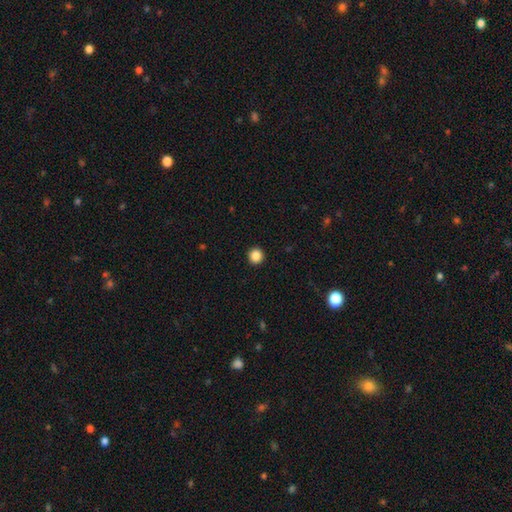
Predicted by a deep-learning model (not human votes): A smooth galaxy with no disk features (87%) that is round (93%). Merging: none (93%).